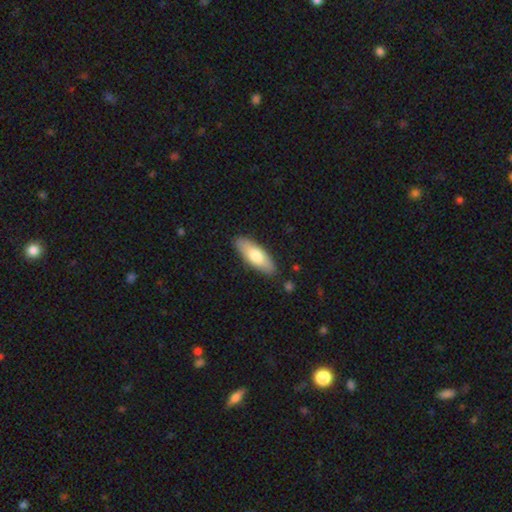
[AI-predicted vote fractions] Morphology: type=smooth (72%); roundness=in between (66%); merging=none (86%).